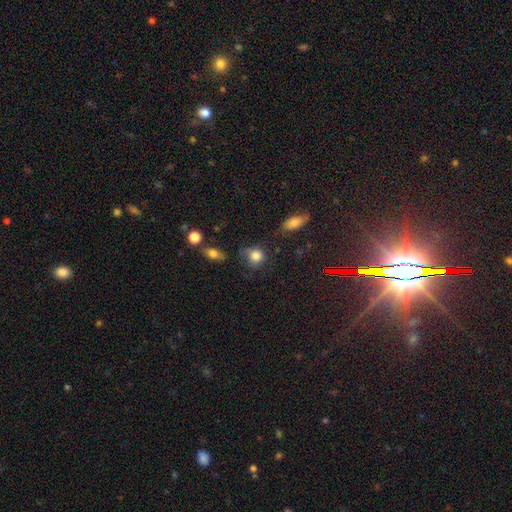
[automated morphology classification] A smooth galaxy with no disk features (83%) that is round (79%).

Vote fractions:
- Smooth or featured? smooth: 83% / star or artifact: 10% / featured or disk: 7%
- How rounded? round: 79% / in between: 20% / cigar-shaped: 1%
- Merging? none: 60% / minor disturbance: 26% / major disturbance: 9% / merger: 5%